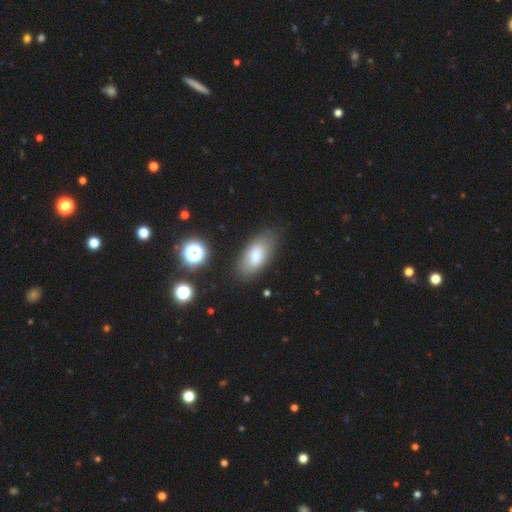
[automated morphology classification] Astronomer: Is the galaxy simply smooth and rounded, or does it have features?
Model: smooth — 79%.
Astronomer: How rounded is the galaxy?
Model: in between — 90%.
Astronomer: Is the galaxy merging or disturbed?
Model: none — 81%.